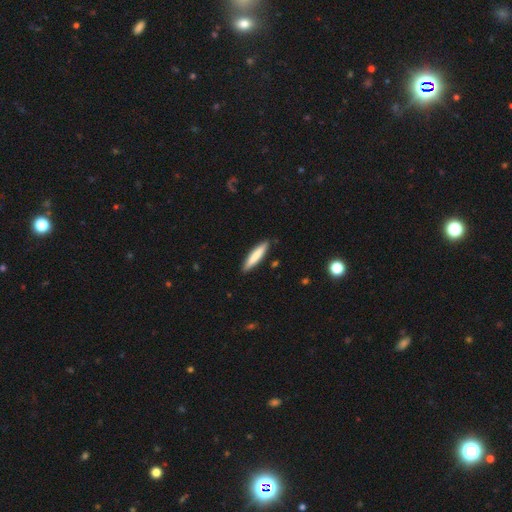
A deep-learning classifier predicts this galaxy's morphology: smooth-or-featured: smooth: 79% | featured or disk: 15% | star or artifact: 5%
  how-rounded: cigar-shaped: 87% | in between: 12% | round: 1%
  merging: none: 89% | minor disturbance: 8% | major disturbance: 2% | merger: 1%